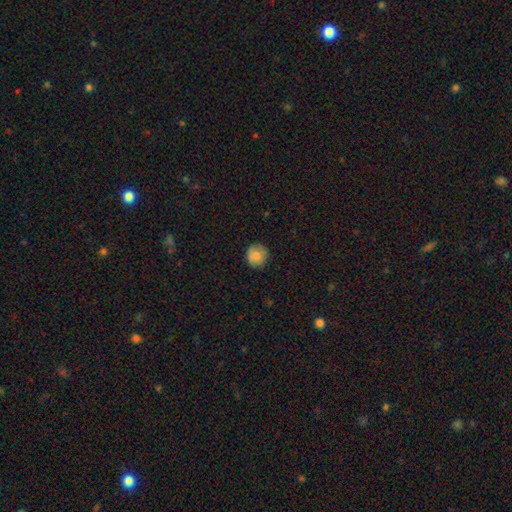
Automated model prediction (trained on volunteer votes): Smooth or featured? smooth (81%)
How rounded? round (92%)
Merging? none (85%)